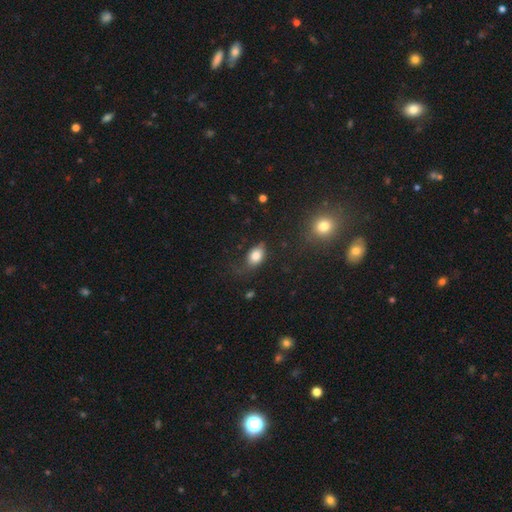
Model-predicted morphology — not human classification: This is clearly a smooth galaxy (81%). How rounded: clearly in between (83%). Merging: possibly none (53%).